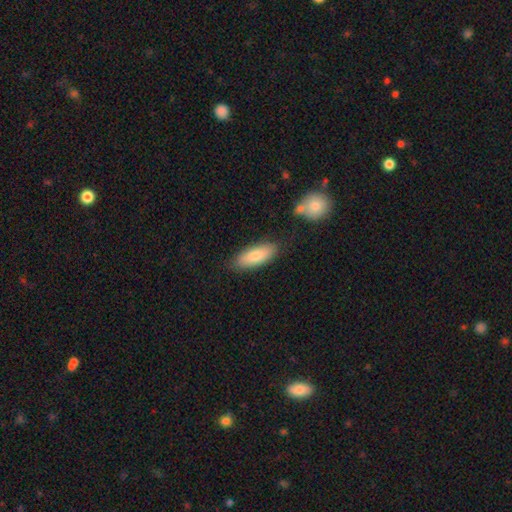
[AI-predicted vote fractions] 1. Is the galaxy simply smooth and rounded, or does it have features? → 81% smooth, 13% featured or disk, 6% star or artifact.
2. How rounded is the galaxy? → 71% in between, 27% cigar-shaped, 2% round.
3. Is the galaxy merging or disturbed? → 82% none, 12% minor disturbance, 3% major disturbance, 3% merger.